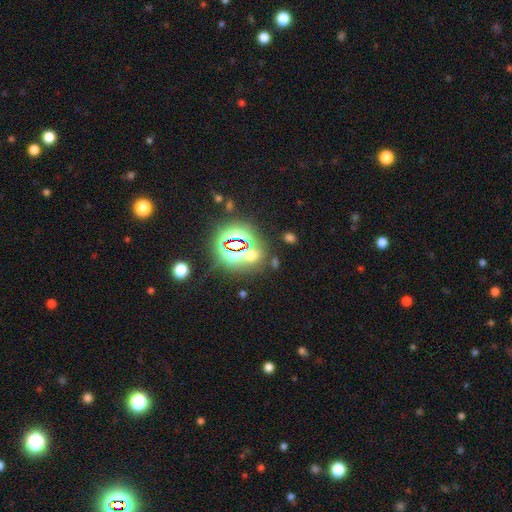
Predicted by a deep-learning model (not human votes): star or artifact 70%, smooth 21%, featured or disk 9%.